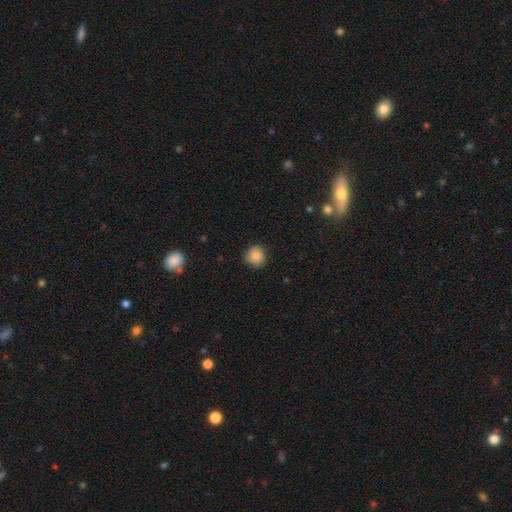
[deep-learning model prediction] Morphology: type=smooth (85%); roundness=round (88%); merging=none (81%).